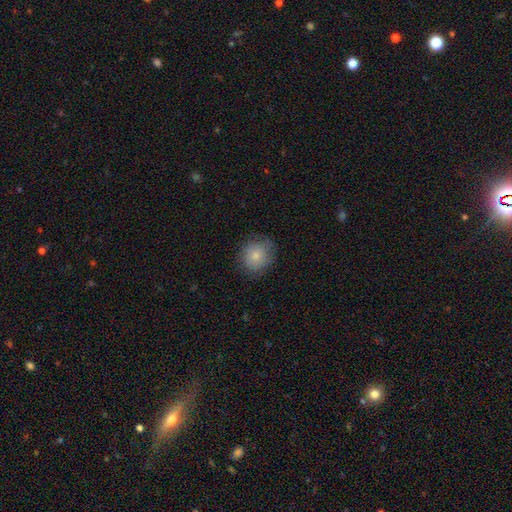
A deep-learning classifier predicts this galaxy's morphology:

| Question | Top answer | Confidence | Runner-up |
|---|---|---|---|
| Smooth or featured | smooth | 81% | featured or disk (11%) |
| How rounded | round | 83% | in between (16%) |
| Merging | none | 77% | minor disturbance (17%) |